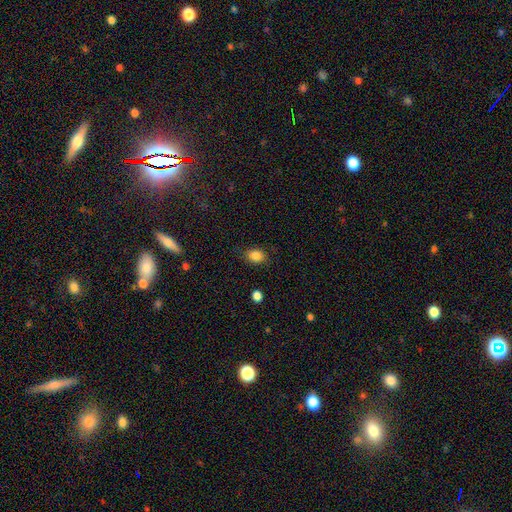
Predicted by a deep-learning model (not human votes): This is clearly a smooth galaxy (85%). How rounded: likely in between (67%). Merging: clearly none (82%).